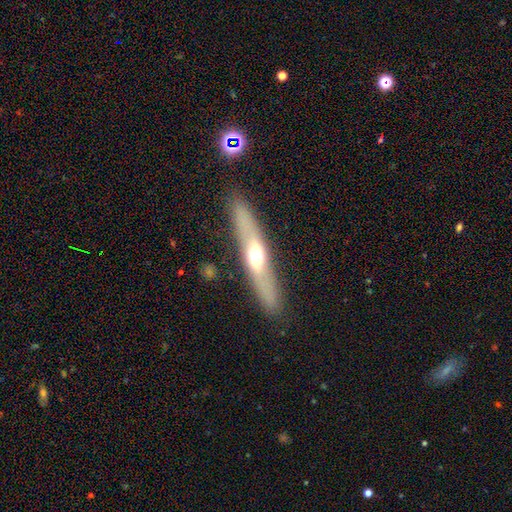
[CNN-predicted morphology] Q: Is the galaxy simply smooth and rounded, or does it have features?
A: featured or disk — 53%.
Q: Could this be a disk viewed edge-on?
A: yes — 77%.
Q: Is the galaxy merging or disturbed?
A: none — 88%.